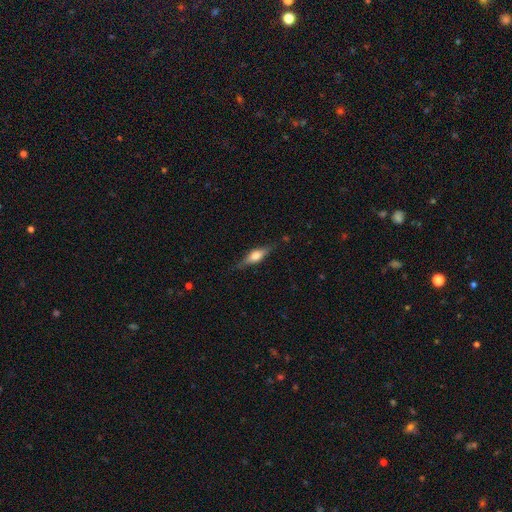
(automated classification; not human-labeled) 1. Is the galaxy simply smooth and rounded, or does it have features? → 53% featured or disk, 41% smooth, 7% star or artifact.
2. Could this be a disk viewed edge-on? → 93% yes, 7% no.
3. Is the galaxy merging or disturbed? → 81% none, 15% minor disturbance, 3% major disturbance, 1% merger.